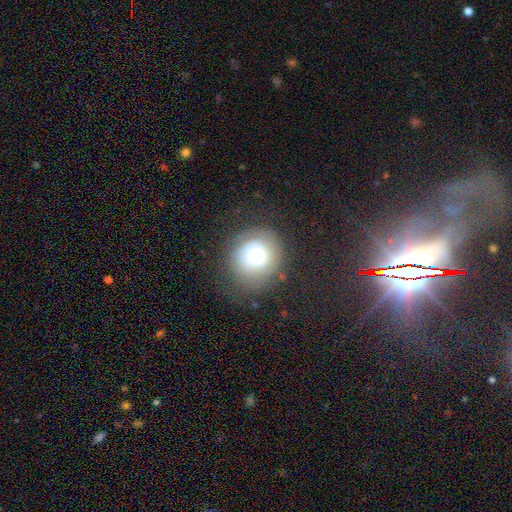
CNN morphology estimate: Q: Smooth or featured?
A: smooth (54%); runner-up: featured or disk (35%)
Q: How rounded?
A: round (88%); runner-up: in between (11%)
Q: Merging?
A: none (66%); runner-up: minor disturbance (19%)